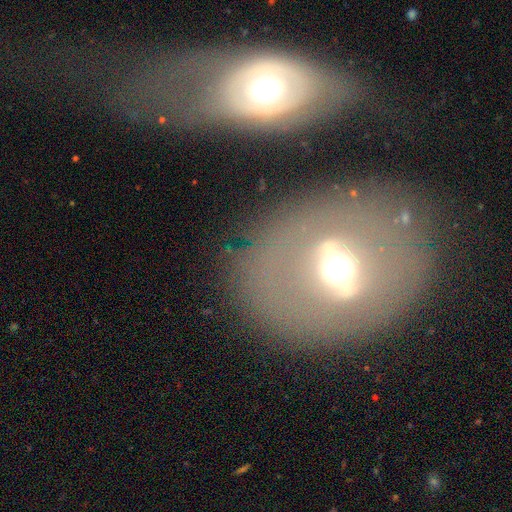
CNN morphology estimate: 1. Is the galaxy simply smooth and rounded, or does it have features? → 51% featured or disk, 37% smooth, 12% star or artifact.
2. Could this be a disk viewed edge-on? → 80% no, 20% yes.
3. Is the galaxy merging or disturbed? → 58% none, 17% merger, 14% minor disturbance, 11% major disturbance.